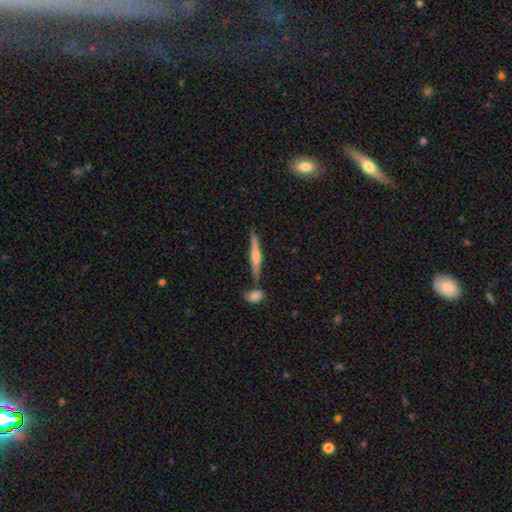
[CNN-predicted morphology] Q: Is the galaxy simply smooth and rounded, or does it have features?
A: featured or disk — 68%.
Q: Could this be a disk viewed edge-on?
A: yes — 97%.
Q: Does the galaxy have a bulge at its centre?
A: rounded — 76%.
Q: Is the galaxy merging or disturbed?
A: none — 81%.